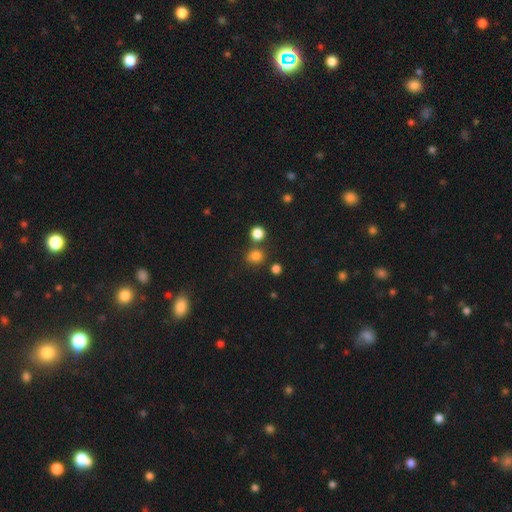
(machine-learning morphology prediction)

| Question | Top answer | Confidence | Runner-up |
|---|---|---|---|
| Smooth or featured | smooth | 79% | star or artifact (16%) |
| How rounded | round | 78% | in between (21%) |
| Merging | none | 72% | merger (14%) |